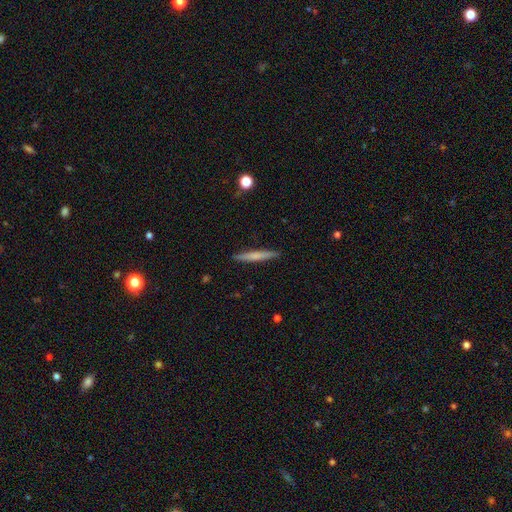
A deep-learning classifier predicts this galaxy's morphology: The model was most divided on "smooth or featured": smooth: 61%, featured or disk: 33%, star or artifact: 6%. More confident: how rounded — cigar-shaped (96%); merging — none (91%).